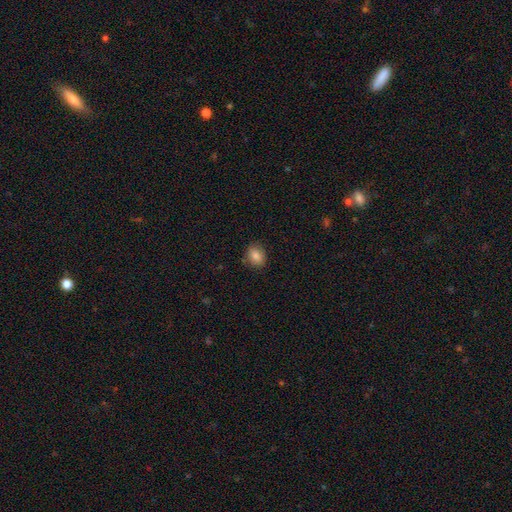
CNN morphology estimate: Smooth or featured?
  - smooth: 85% *
  - star or artifact: 9%
  - featured or disk: 6%
How rounded?
  - in between: 57% *
  - round: 42%
  - cigar-shaped: 1%
Merging?
  - none: 84% *
  - minor disturbance: 12%
  - major disturbance: 3%
  - merger: 1%